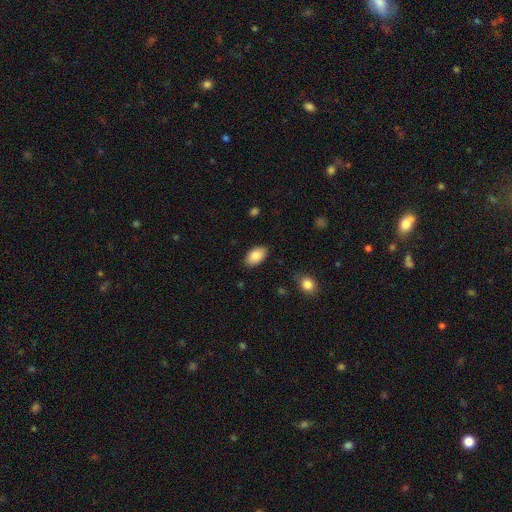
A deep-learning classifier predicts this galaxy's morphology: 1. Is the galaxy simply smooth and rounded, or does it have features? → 87% smooth, 7% star or artifact, 6% featured or disk.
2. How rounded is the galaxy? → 93% in between, 5% round, 1% cigar-shaped.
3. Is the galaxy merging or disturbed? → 86% none, 10% minor disturbance, 2% major disturbance, 1% merger.